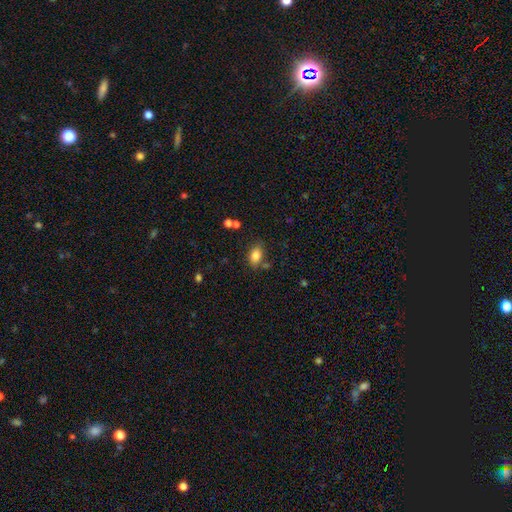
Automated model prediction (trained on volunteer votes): This appears to be a smooth galaxy with no disk features (83%) that is in between round and cigar-shaped (86%). Merging: none (74%).